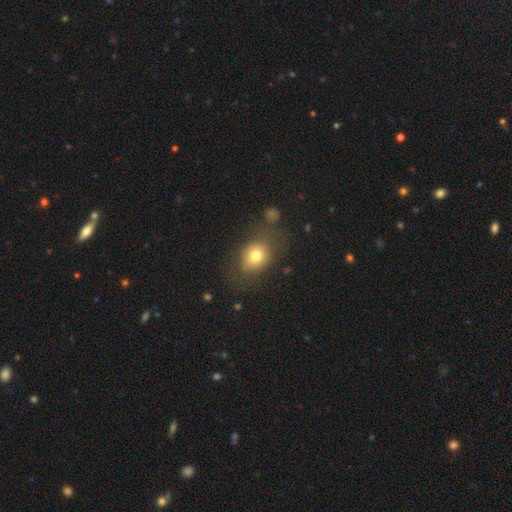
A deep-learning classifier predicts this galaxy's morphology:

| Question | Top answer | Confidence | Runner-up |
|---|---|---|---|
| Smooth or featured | smooth | 74% | featured or disk (14%) |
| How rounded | in between | 51% | round (47%) |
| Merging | none | 65% | minor disturbance (19%) |